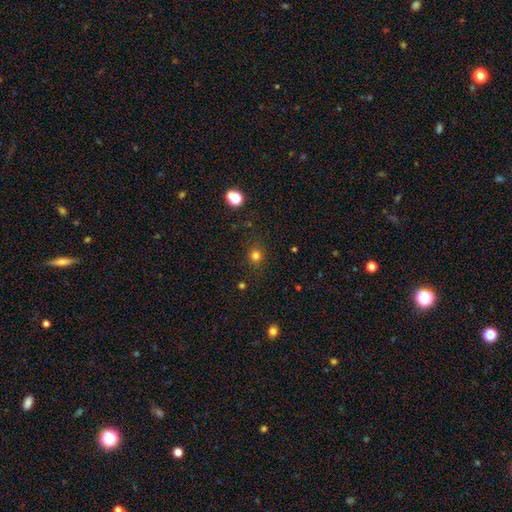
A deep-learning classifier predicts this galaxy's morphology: Q: Smooth or featured?
A: smooth (80%); runner-up: star or artifact (16%)
Q: How rounded?
A: round (86%); runner-up: in between (13%)
Q: Merging?
A: none (86%); runner-up: minor disturbance (9%)